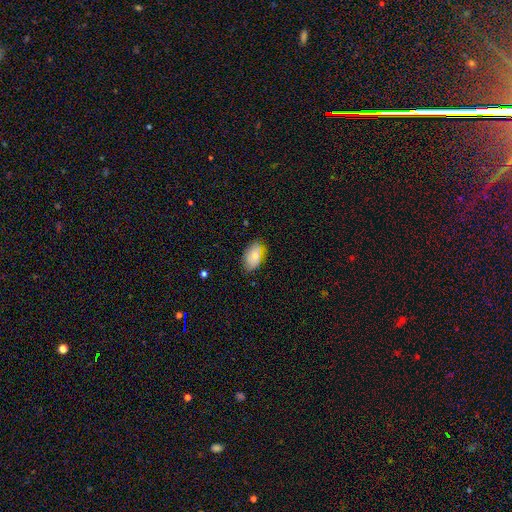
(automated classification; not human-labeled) smooth_or_featured: smooth (p=0.74) [alt: featured or disk p=0.18]
how_rounded: in between (p=0.93) [alt: round p=0.06]
merging: none (p=0.76) [alt: minor disturbance p=0.19]